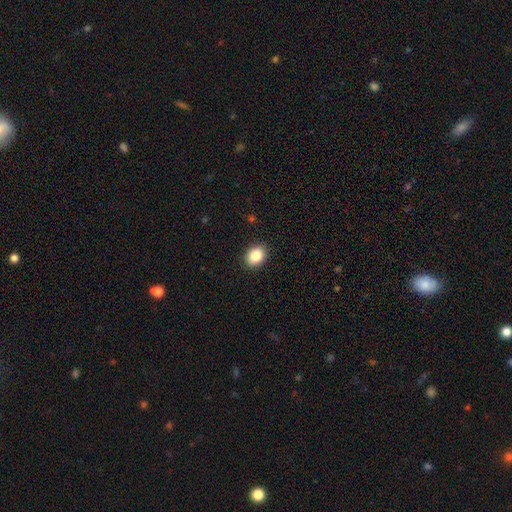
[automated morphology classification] Smooth or featured? smooth (86%)
How rounded? in between (56%)
Merging? none (90%)